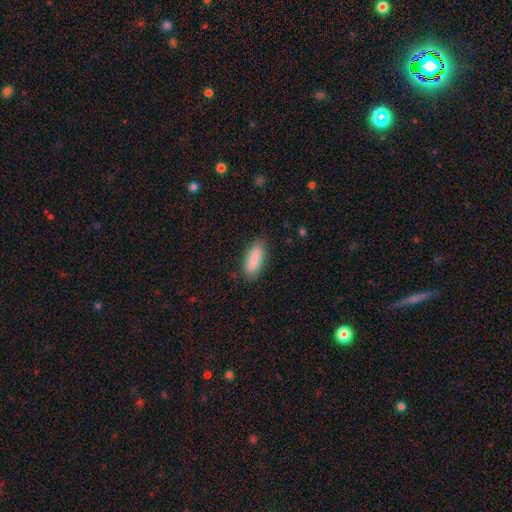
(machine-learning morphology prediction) A smooth galaxy with no disk features (85%) that is in between round and cigar-shaped (67%). Merging: none (85%).